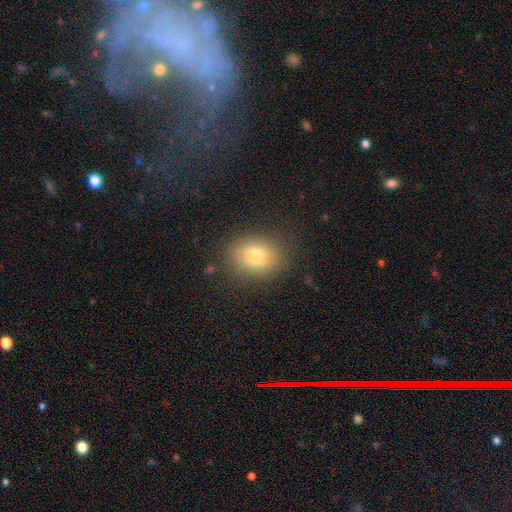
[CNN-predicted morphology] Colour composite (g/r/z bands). It shows a smooth galaxy with no disk features (72%) that is in between round and cigar-shaped (56%). Merging: none (82%).